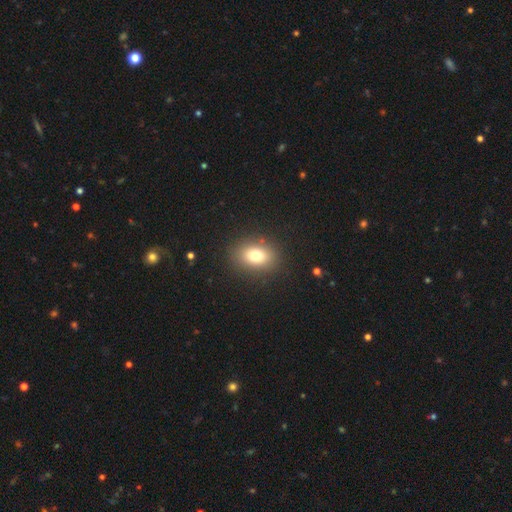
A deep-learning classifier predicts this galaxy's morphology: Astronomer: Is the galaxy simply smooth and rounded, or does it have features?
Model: smooth — 77%.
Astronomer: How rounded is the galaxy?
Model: in between — 68%.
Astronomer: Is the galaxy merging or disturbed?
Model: none — 87%.